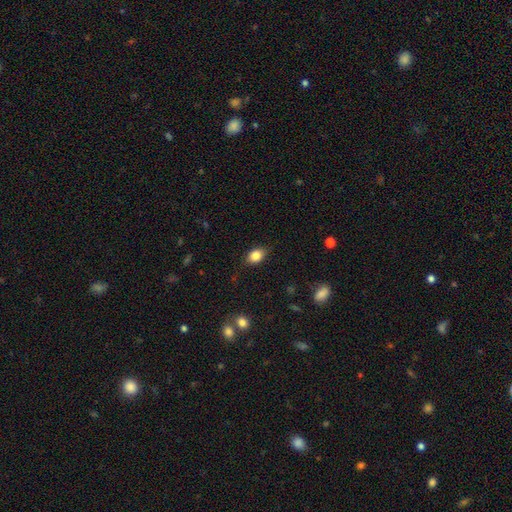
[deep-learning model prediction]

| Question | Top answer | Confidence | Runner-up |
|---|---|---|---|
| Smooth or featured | smooth | 83% | star or artifact (8%) |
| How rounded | in between | 79% | round (19%) |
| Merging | none | 81% | minor disturbance (15%) |